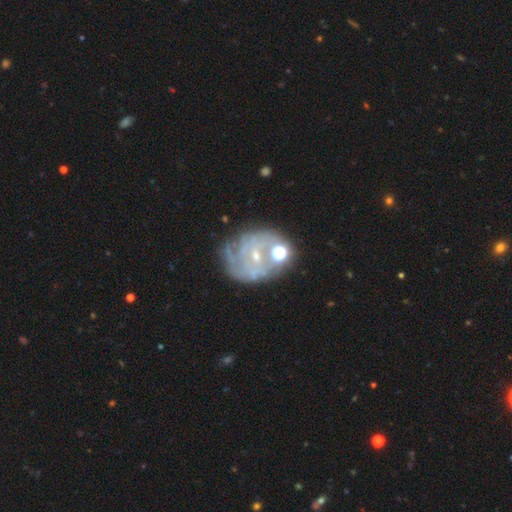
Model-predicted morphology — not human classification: Smooth or featured: featured or disk — 71% (smooth — 15%)
Edge-on disk: no — 97% (yes — 3%)
Bar: no — 61% (weak — 31%)
Spiral arms: yes — 76% (no — 24%)
Spiral winding: tight — 58% (medium — 30%)
Spiral arm count: can't tell — 49% (2 — 15%)
Bulge size: small — 71% (moderate — 19%)
Merging: none — 57% (minor disturbance — 19%)